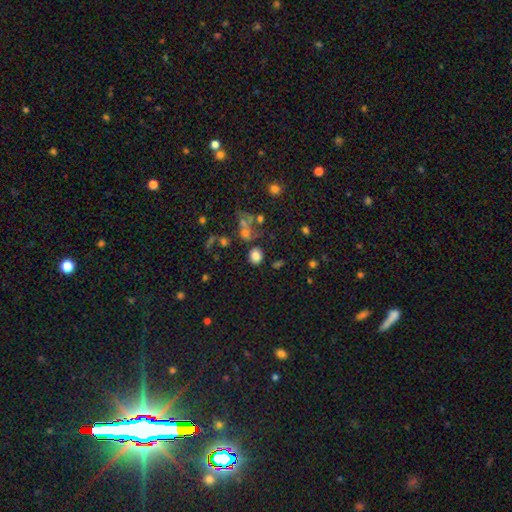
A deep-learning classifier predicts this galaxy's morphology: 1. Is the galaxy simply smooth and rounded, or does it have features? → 80% smooth, 13% star or artifact, 7% featured or disk.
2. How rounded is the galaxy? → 70% round, 28% in between, 1% cigar-shaped.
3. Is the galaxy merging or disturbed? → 73% none, 12% minor disturbance, 9% merger, 6% major disturbance.